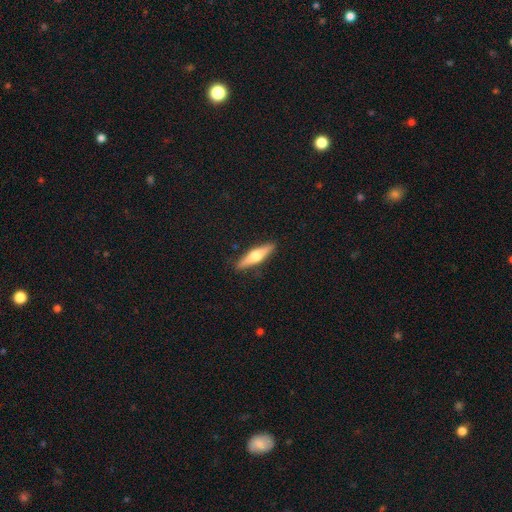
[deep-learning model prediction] This appears to be a featured or disk galaxy (57%) viewed edge-on (96%) with a rounded central bulge (94%). Merging: none (90%).